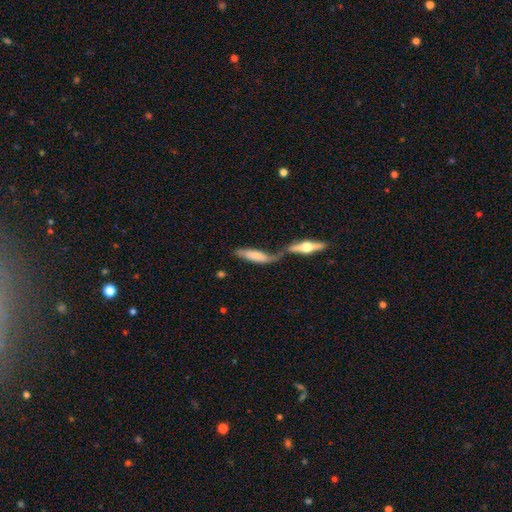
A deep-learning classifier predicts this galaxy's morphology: Smooth or featured? smooth (60%)
How rounded? cigar-shaped (55%)
Merging? merger (54%)